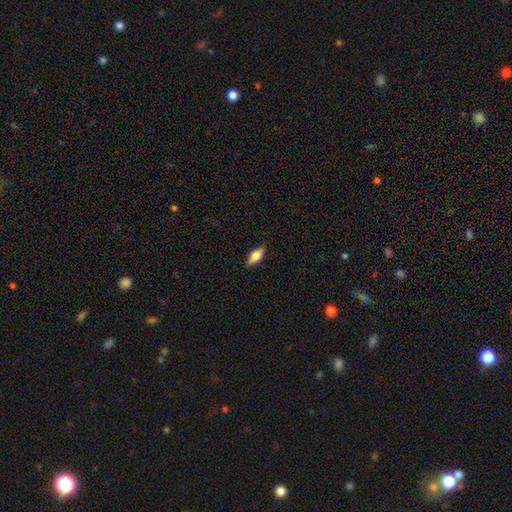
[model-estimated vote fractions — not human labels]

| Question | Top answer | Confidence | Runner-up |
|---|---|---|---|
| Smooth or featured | smooth | 64% | featured or disk (29%) |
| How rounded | in between | 75% | cigar-shaped (22%) |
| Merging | none | 86% | minor disturbance (10%) |